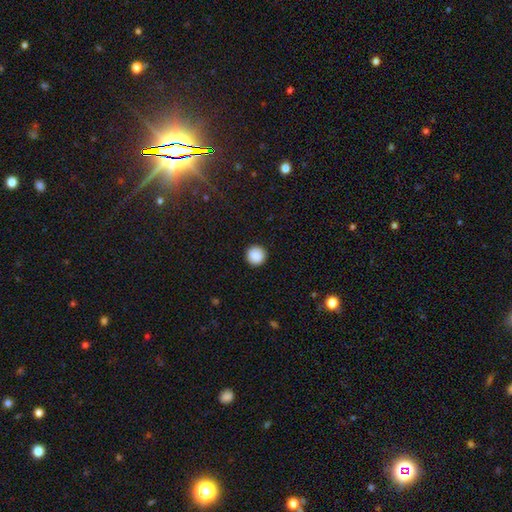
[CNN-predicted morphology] Q: Smooth or featured?
A: smooth (89%); runner-up: star or artifact (8%)
Q: How rounded?
A: round (96%); runner-up: in between (3%)
Q: Merging?
A: none (93%); runner-up: minor disturbance (4%)